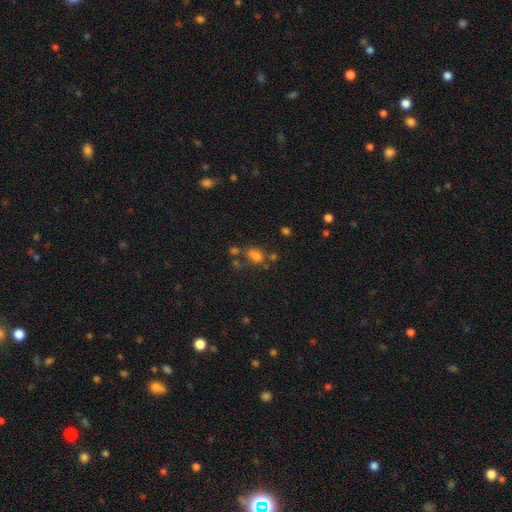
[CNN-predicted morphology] Smooth or featured?
  - smooth: 69% *
  - star or artifact: 20%
  - featured or disk: 11%
How rounded?
  - in between: 66% *
  - round: 32%
  - cigar-shaped: 2%
Merging?
  - none: 50% *
  - merger: 24%
  - minor disturbance: 17%
  - major disturbance: 9%